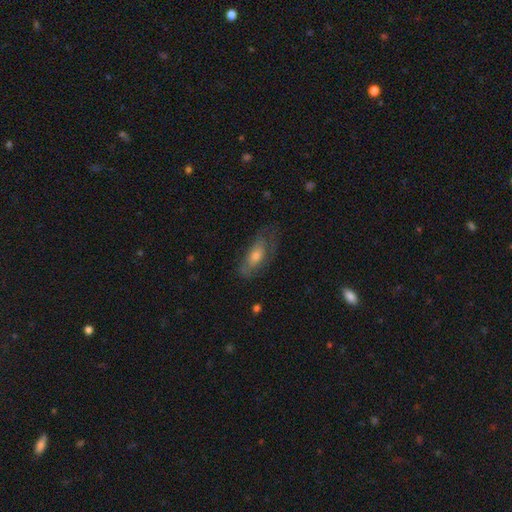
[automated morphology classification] smooth_or_featured: smooth (p=0.48) [alt: featured or disk p=0.42]
merging: none (p=0.58) [alt: minor disturbance p=0.25]